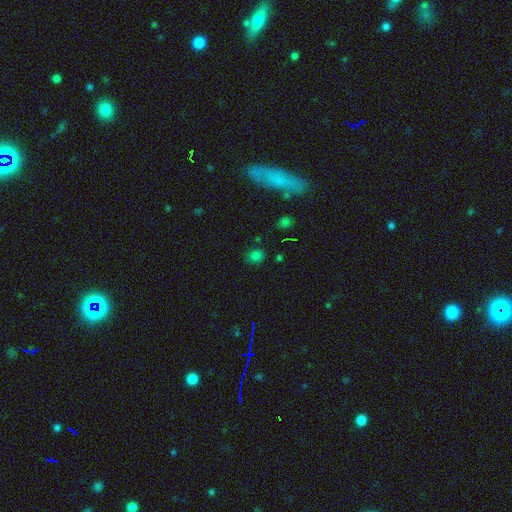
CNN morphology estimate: This appears to be a smooth galaxy with no disk features (73%) that is round (65%). Merging: none (81%).